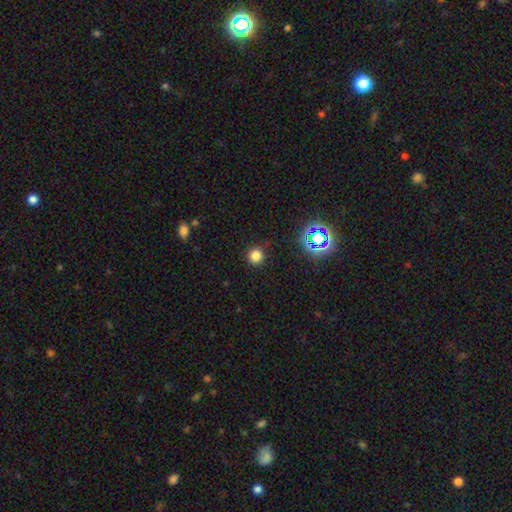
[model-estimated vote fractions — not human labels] Overall: smooth (77%). How rounded: round (93%). Merging: none (89%).